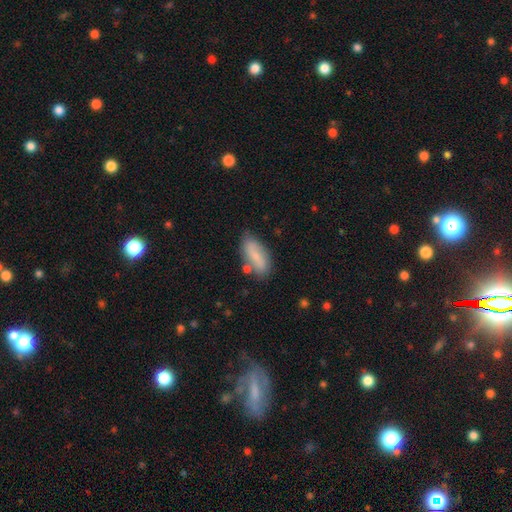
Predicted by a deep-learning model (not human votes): This appears to be a smooth galaxy with no disk features (71%) that is in between round and cigar-shaped (76%). Merging: none (71%).